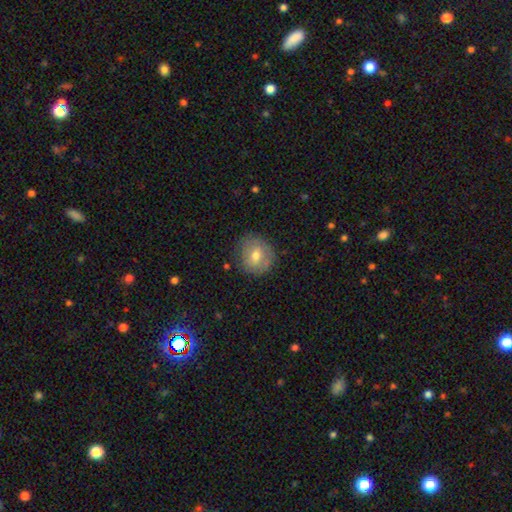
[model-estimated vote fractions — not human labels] smooth_or_featured: smooth (p=0.64) [alt: featured or disk p=0.28]
how_rounded: round (p=0.82) [alt: in between p=0.17]
merging: none (p=0.78) [alt: minor disturbance p=0.16]